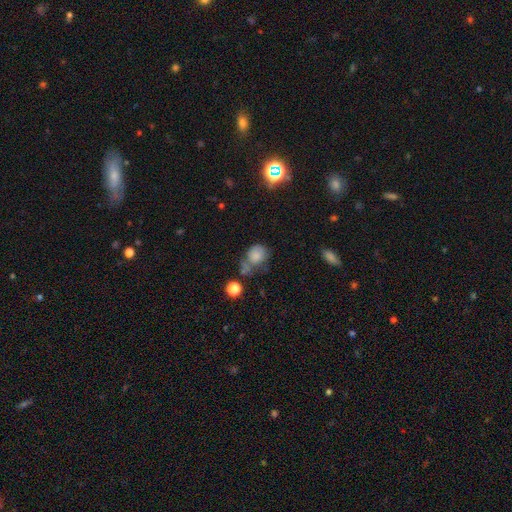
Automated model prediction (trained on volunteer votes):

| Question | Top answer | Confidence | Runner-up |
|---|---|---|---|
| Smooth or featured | smooth | 75% | featured or disk (13%) |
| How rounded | round | 57% | in between (42%) |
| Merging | none | 36% | minor disturbance (25%) |